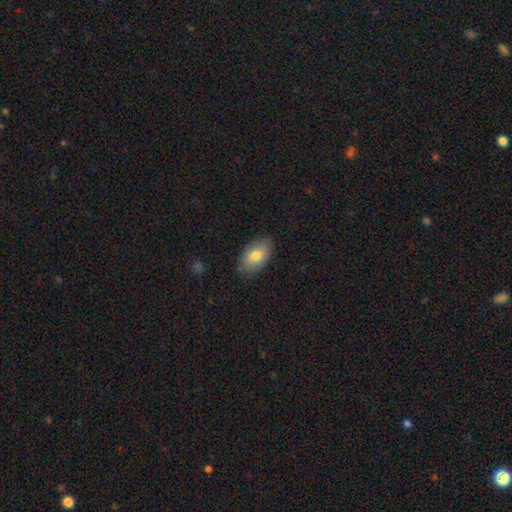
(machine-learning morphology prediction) Overall: smooth (78%). How rounded: in between (93%). Merging: none (84%).